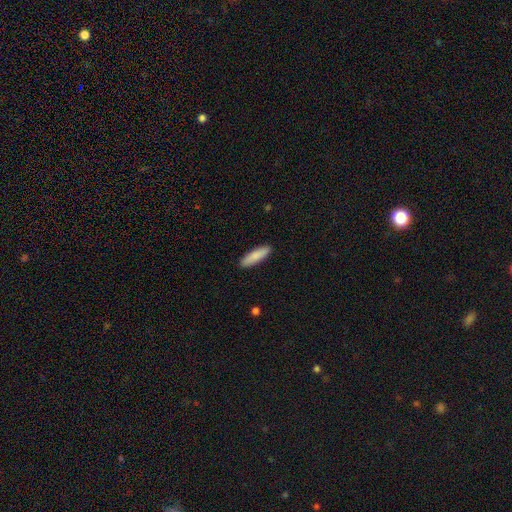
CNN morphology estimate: smooth_or_featured: smooth (p=0.87) [alt: featured or disk p=0.08]
how_rounded: cigar-shaped (p=0.67) [alt: in between p=0.31]
merging: none (p=0.91) [alt: minor disturbance p=0.07]